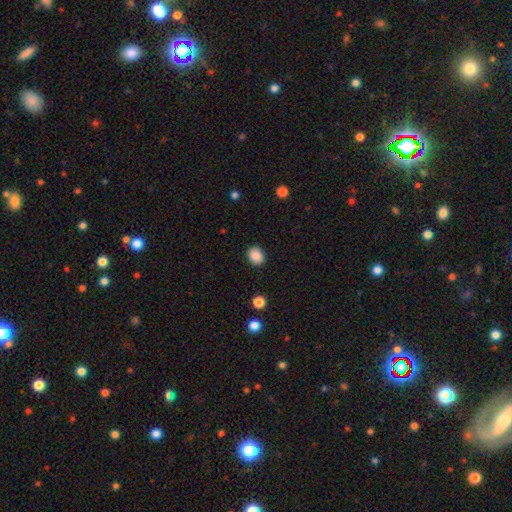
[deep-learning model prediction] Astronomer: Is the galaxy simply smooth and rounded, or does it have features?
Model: smooth — 87%.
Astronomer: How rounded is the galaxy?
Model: in between — 51% (runner-up: round, 49%).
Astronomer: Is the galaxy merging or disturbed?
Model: none — 89%.